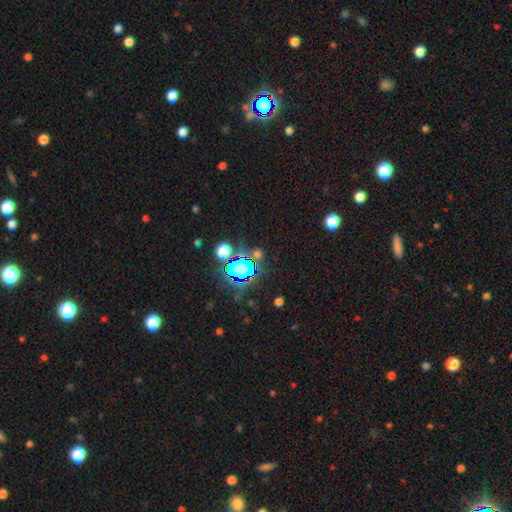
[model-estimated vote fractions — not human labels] A star or artifact, not a galaxy (69%).

Vote fractions:
- Smooth or featured? star or artifact: 69% / smooth: 22% / featured or disk: 9%